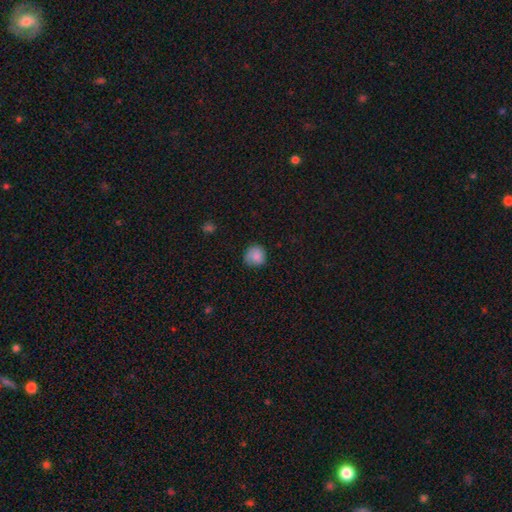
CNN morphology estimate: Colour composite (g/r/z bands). It shows a smooth galaxy with no disk features (80%) that is round (83%). Merging: none (69%).